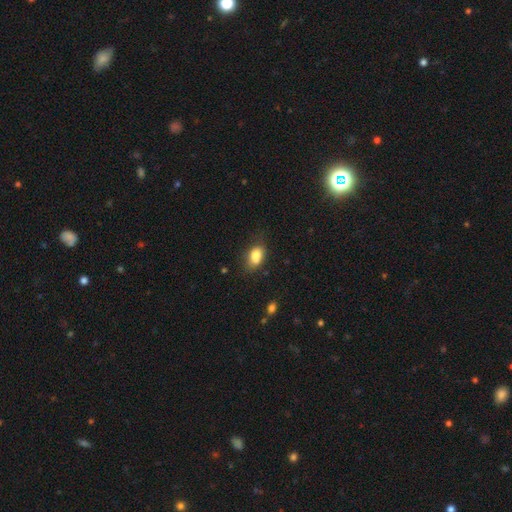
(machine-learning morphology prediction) Smooth or featured: smooth — 81% (featured or disk — 10%)
How rounded: in between — 82% (round — 16%)
Merging: none — 60% (minor disturbance — 27%)